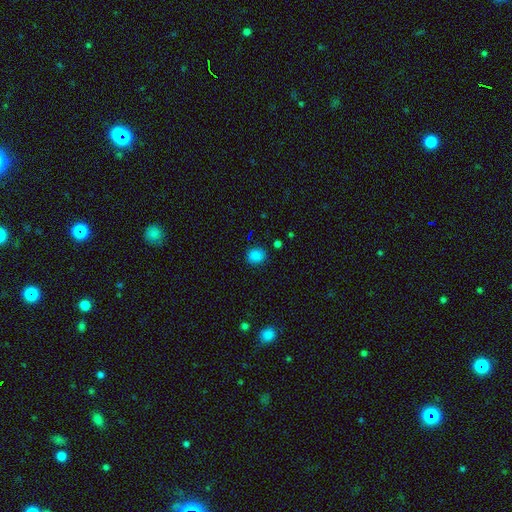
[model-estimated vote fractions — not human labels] smooth 84%, star or artifact 12%, featured or disk 4%. Down the decision tree: how rounded — round (66%); merging — none (84%).